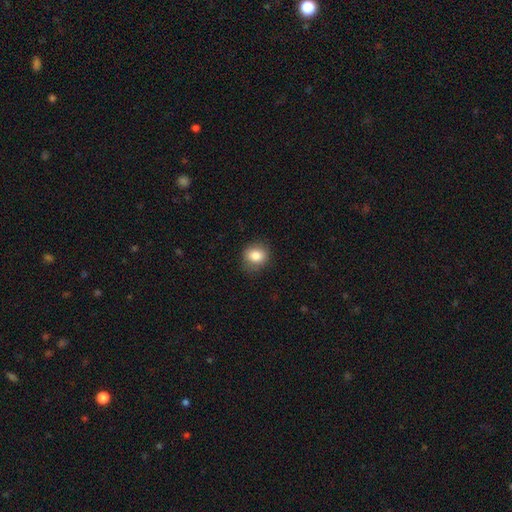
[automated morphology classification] Smooth or featured: smooth — 84% (star or artifact — 9%)
How rounded: round — 69% (in between — 30%)
Merging: none — 82% (minor disturbance — 13%)